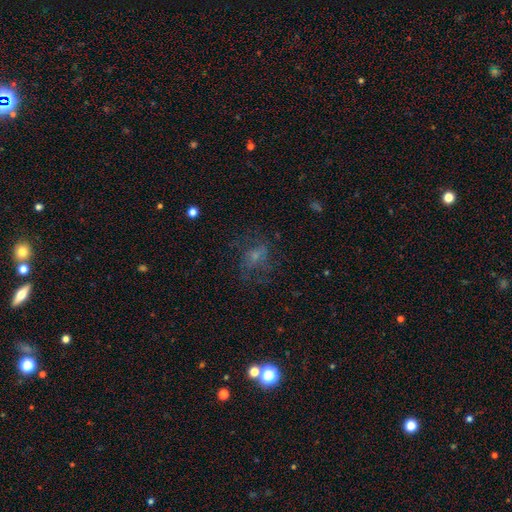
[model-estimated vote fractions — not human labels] A featured or disk galaxy (42%). Merging: none (58%).